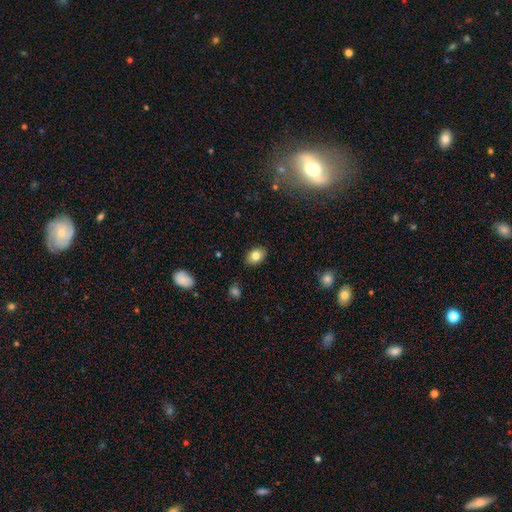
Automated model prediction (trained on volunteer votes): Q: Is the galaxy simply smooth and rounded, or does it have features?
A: smooth — 81%.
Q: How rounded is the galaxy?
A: in between — 78%.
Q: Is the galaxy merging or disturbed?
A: none — 87%.